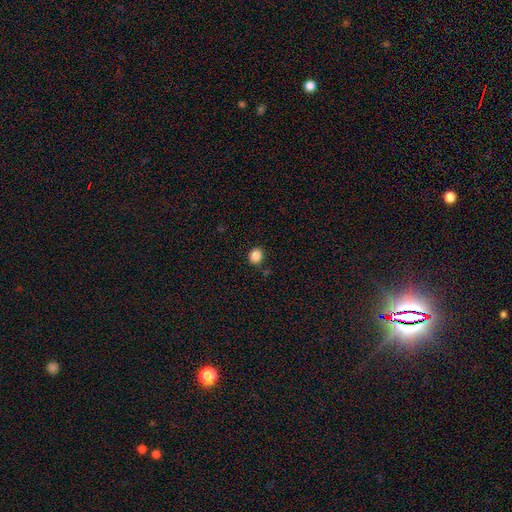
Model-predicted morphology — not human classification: Overall: smooth (87%). How rounded: round (74%). Merging: none (86%).